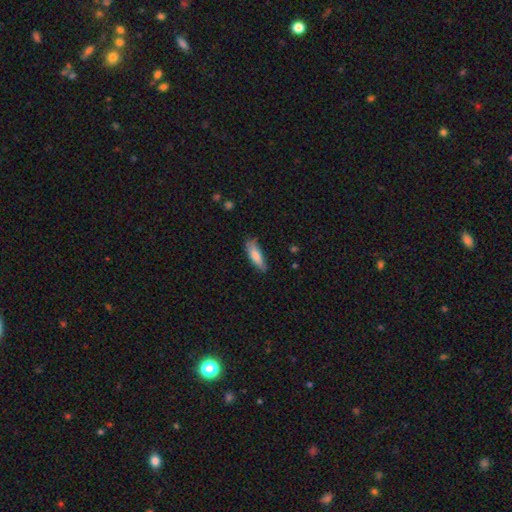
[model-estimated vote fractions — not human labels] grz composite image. It shows a smooth galaxy with no disk features (78%) that is cigar-shaped (57%). Merging: none (68%).